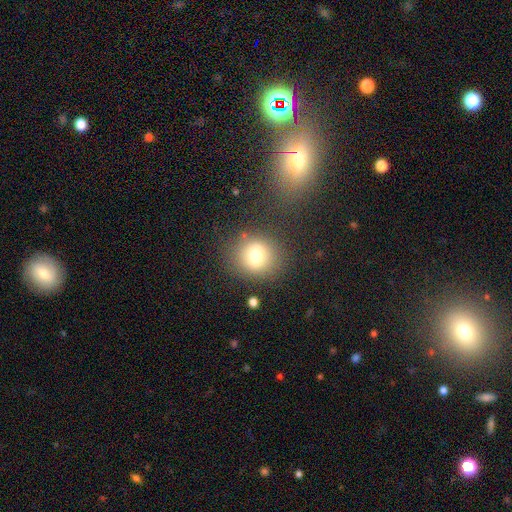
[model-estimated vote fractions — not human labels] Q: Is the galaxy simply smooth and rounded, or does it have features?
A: smooth — 75%.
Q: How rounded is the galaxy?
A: round — 79%.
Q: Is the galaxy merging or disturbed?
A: none — 78%.